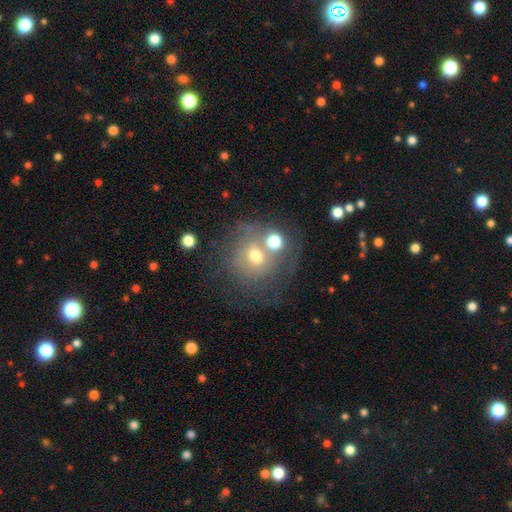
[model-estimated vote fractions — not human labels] The model was most divided on "merging": none: 37%, merger: 35%, major disturbance: 14%, minor disturbance: 13%. Remaining: smooth or featured — smooth (50%).